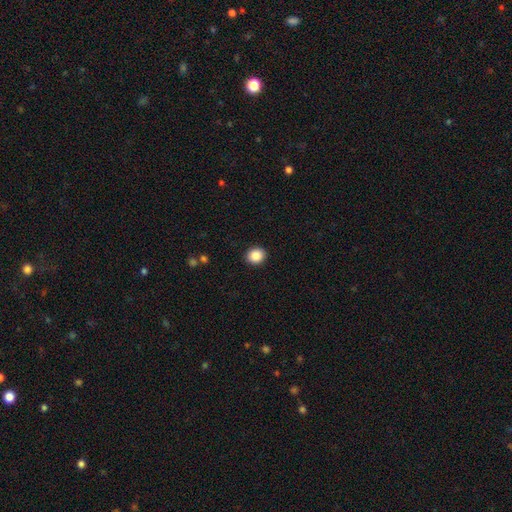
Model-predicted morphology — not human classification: Smooth or featured? Predicted: smooth (p=0.88). How rounded? Predicted: round (p=0.80). Merging? Predicted: none (p=0.92).